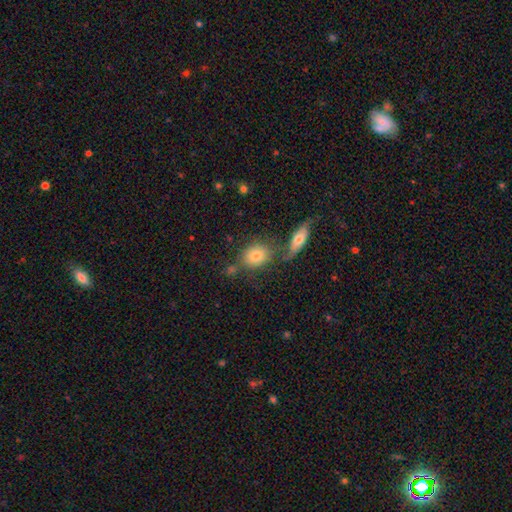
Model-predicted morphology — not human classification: Q: Smooth or featured?
A: smooth (78%); runner-up: featured or disk (13%)
Q: How rounded?
A: in between (57%); runner-up: round (40%)
Q: Merging?
A: none (59%); runner-up: merger (22%)